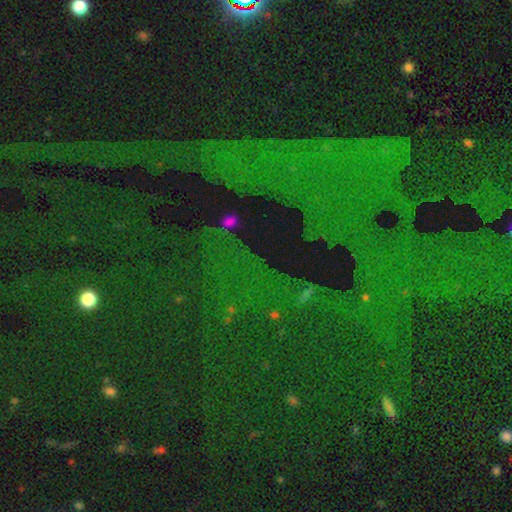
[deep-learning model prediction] Overall: star or artifact (78%).